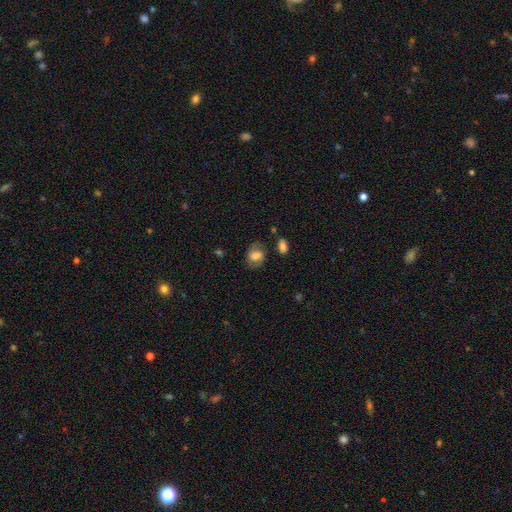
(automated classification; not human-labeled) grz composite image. It shows a smooth galaxy with no disk features (58%) that is in between round and cigar-shaped (65%). Merging: none (67%).